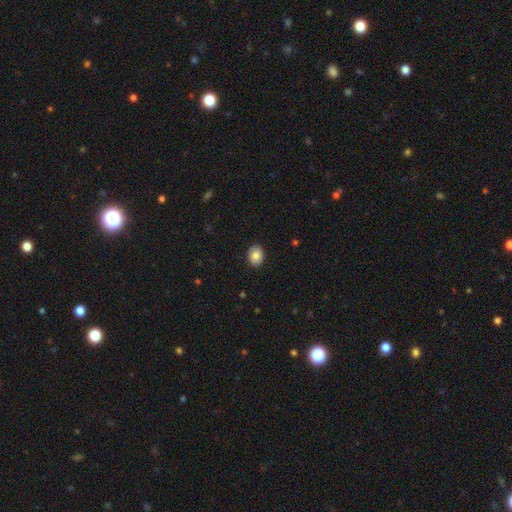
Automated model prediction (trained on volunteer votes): Morphology: type=smooth (83%); roundness=in between (62%); merging=none (90%).